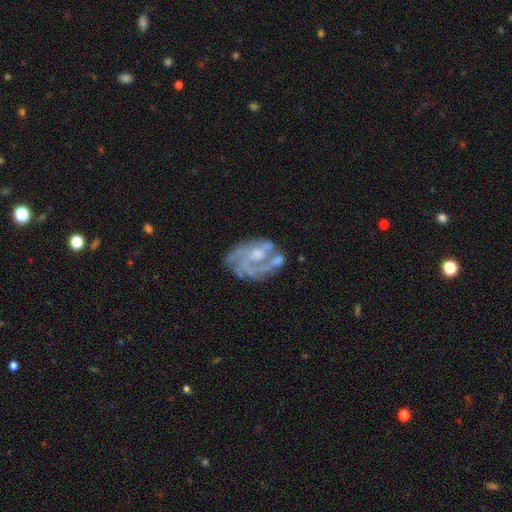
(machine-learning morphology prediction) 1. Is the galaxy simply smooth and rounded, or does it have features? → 80% featured or disk, 12% smooth, 8% star or artifact.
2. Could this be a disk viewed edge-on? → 97% no, 3% yes.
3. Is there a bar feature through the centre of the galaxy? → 62% no, 31% weak, 7% strong.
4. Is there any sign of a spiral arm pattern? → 83% yes, 17% no.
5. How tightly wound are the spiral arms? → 45% tight, 39% medium, 16% loose.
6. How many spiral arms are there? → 33% can't tell, 27% 3, 15% 2, 14% 4, 6% 1, 5% more than 4.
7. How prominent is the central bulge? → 45% moderate, 37% small, 14% none, 4% large, 1% dominant.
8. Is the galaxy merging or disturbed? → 50% none, 20% minor disturbance, 19% major disturbance, 11% merger.